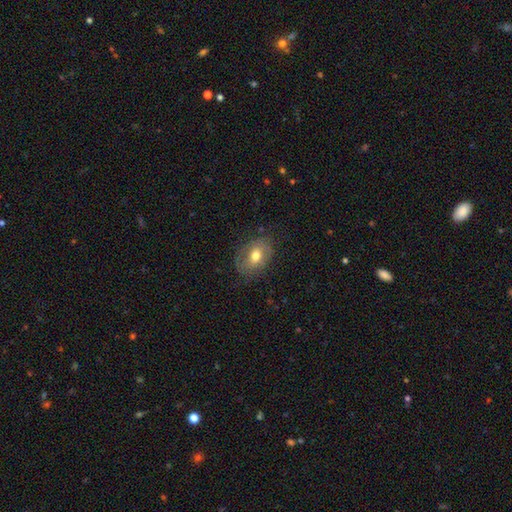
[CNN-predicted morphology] Smooth or featured: smooth — 58% (featured or disk — 34%)
How rounded: in between — 74% (round — 24%)
Merging: none — 68% (minor disturbance — 22%)